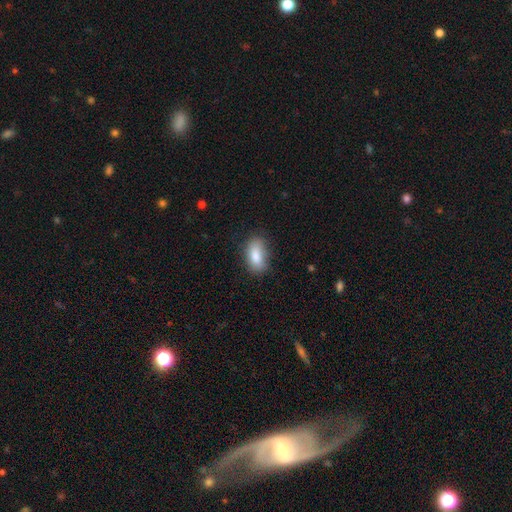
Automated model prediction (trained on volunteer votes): smooth_or_featured: smooth (p=0.83) [alt: featured or disk p=0.09]
how_rounded: in between (p=0.90) [alt: round p=0.06]
merging: none (p=0.70) [alt: minor disturbance p=0.23]